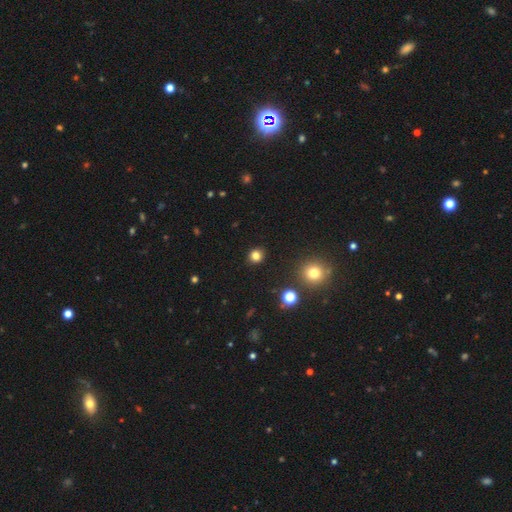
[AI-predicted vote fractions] Smooth or featured? smooth (80%)
How rounded? round (85%)
Merging? none (91%)